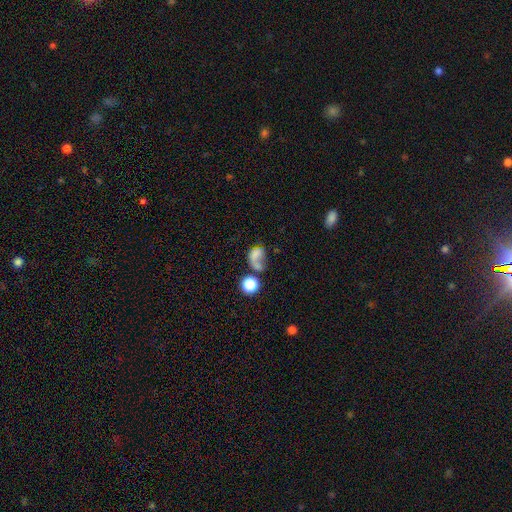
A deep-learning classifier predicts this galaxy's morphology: Smooth or featured: smooth — 62% (featured or disk — 24%)
How rounded: in between — 59% (round — 39%)
Merging: merger — 34% (major disturbance — 29%)